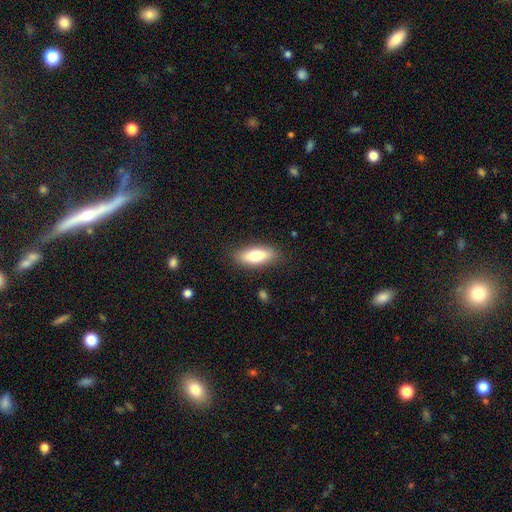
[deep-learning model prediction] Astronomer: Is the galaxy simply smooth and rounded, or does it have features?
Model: smooth — 74%.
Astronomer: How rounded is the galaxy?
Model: in between — 64%.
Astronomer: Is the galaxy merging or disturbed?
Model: none — 84%.